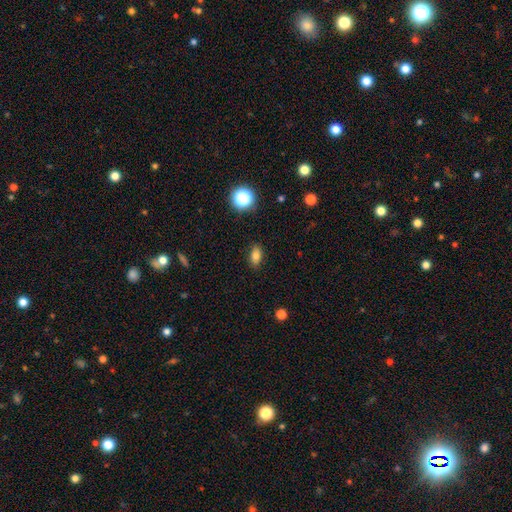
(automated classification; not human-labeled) Overall: smooth (80%). How rounded: in between (84%). Merging: none (88%).